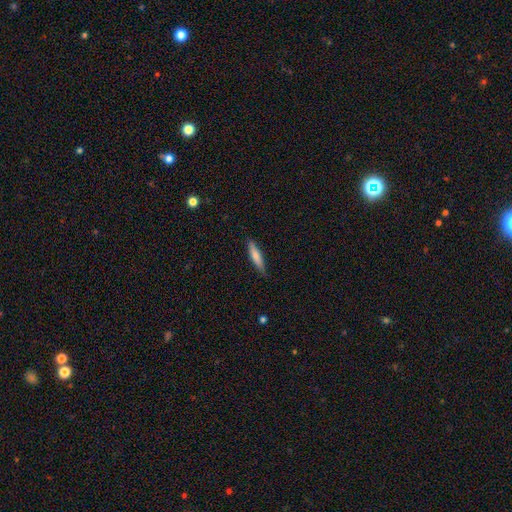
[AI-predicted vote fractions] A smooth galaxy with no disk features (71%) that is cigar-shaped (84%). Merging: none (84%).